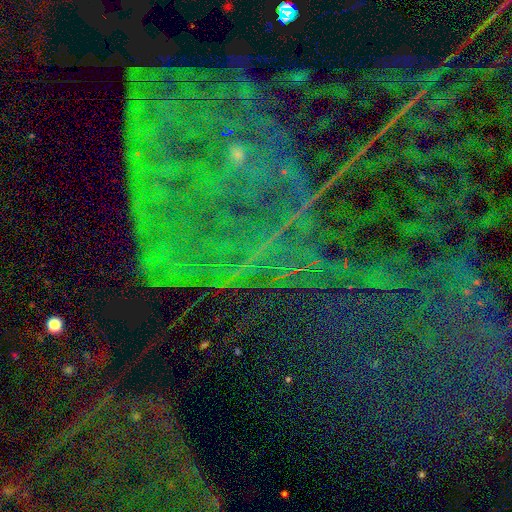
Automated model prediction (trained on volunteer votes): smooth_or_featured: star or artifact (p=0.83) [alt: featured or disk p=0.10]